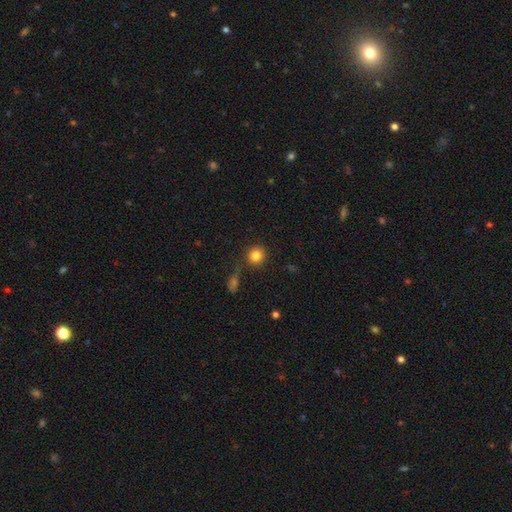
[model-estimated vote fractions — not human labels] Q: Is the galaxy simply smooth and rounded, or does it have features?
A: smooth — 83%.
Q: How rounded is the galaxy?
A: round — 89%.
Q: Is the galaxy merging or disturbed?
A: none — 82%.